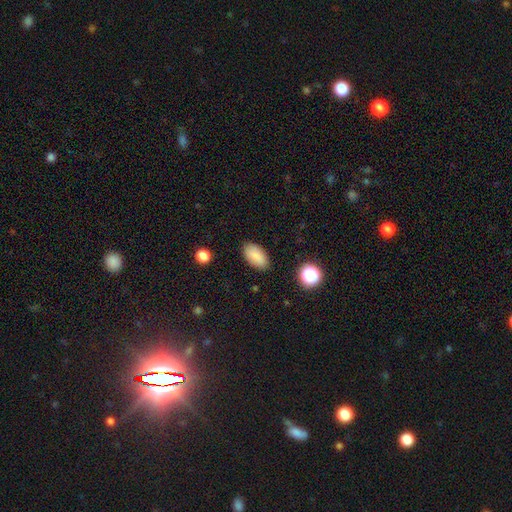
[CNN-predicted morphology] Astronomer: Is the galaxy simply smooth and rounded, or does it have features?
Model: smooth — 87%.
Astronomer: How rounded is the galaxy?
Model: in between — 93%.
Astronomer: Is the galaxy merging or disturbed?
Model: none — 87%.